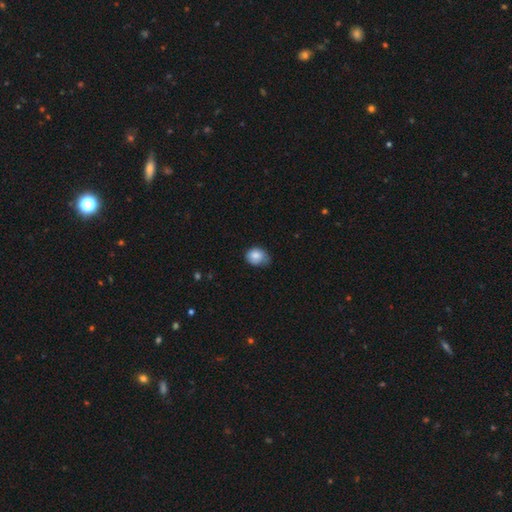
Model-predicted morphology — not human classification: This is clearly a smooth galaxy (82%). How rounded: possibly round (51%). Merging: marginally none (44%).